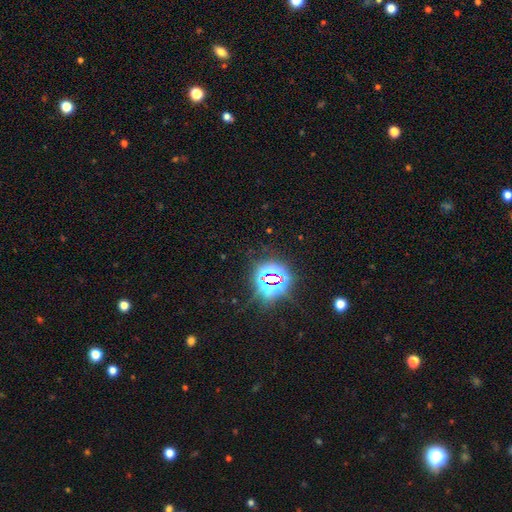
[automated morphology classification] This is clearly a star or artifact rather than a galaxy (82%).